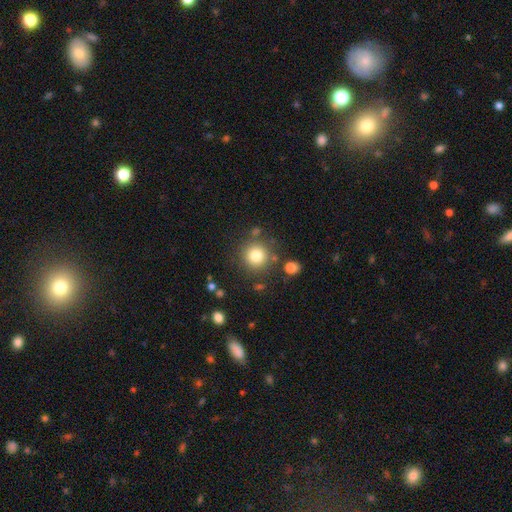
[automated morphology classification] This is clearly a smooth galaxy (80%). How rounded: clearly round (94%). Merging: clearly none (81%).